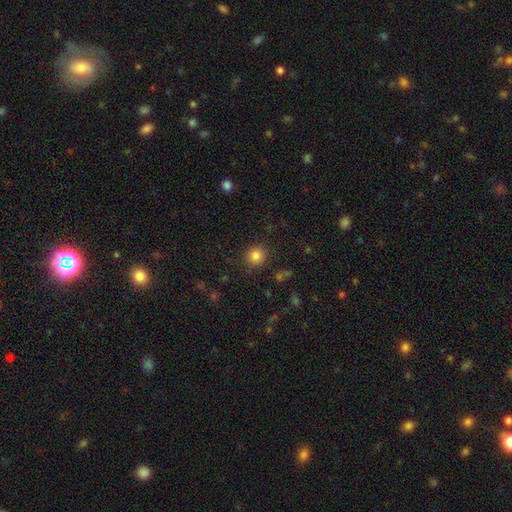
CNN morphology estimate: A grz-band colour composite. It shows a smooth galaxy with no disk features (83%) that is round (90%). Merging: none (88%).